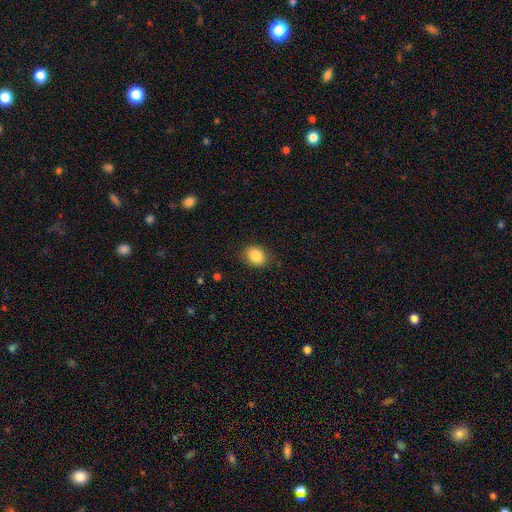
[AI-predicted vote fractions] A smooth galaxy with no disk features (86%) that is in between round and cigar-shaped (59%).

Vote fractions:
- Smooth or featured? smooth: 86% / star or artifact: 9% / featured or disk: 5%
- How rounded? in between: 59% / round: 40% / cigar-shaped: 1%
- Merging? none: 86% / minor disturbance: 11% / major disturbance: 3% / merger: 1%